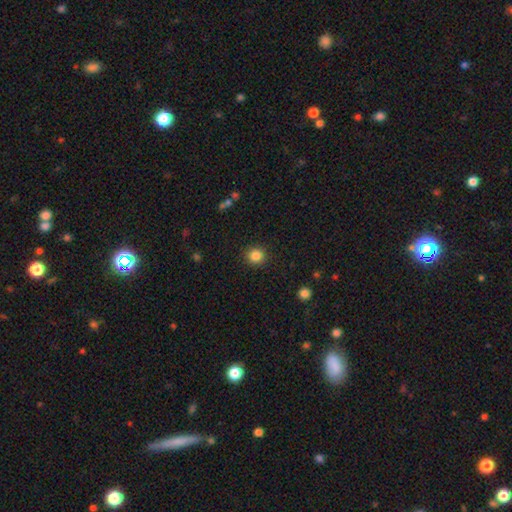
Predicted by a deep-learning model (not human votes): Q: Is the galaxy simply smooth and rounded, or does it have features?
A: smooth — 85%.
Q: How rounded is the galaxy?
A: round — 92%.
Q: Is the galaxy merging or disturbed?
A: none — 91%.